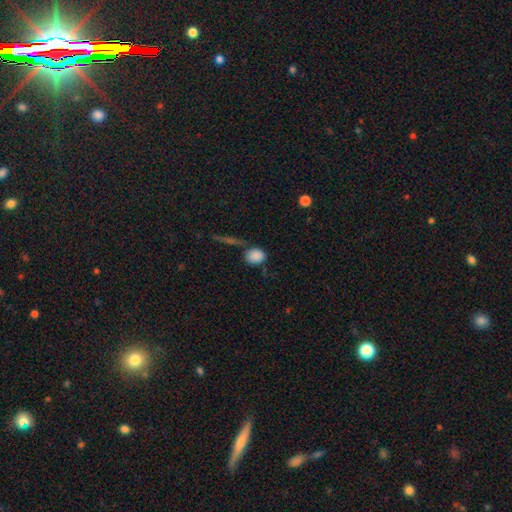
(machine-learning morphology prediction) Smooth or featured: smooth — 85% (star or artifact — 10%)
How rounded: round — 49% (in between — 48%)
Merging: none — 65% (minor disturbance — 19%)